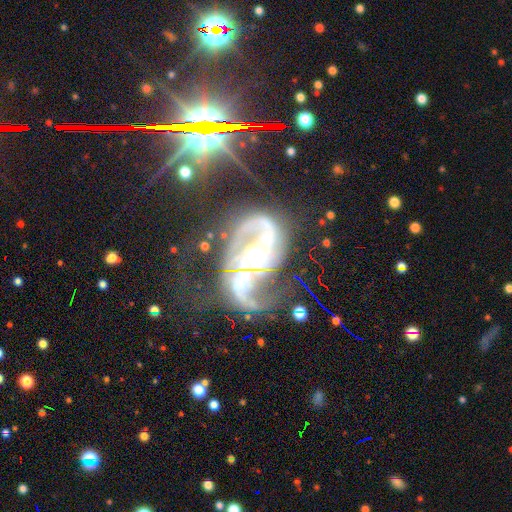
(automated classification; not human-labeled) Smooth or featured?
  - featured or disk: 87% *
  - star or artifact: 9%
  - smooth: 5%
Edge-on disk?
  - no: 97% *
  - yes: 3%
Bar?
  - no: 38% *
  - strong: 34%
  - weak: 28%
Spiral arms?
  - yes: 94% *
  - no: 6%
Spiral winding?
  - medium: 48% *
  - loose: 35%
  - tight: 17%
Spiral arm count?
  - 2: 79% *
  - 1: 6%
  - can't tell: 6%
  - 3: 4%
  - 4: 2%
  - more than 4: 2%
Bulge size?
  - moderate: 62% *
  - large: 18%
  - small: 15%
  - dominant: 3%
  - none: 3%
Merging?
  - none: 35% *
  - major disturbance: 31%
  - merger: 17%
  - minor disturbance: 16%